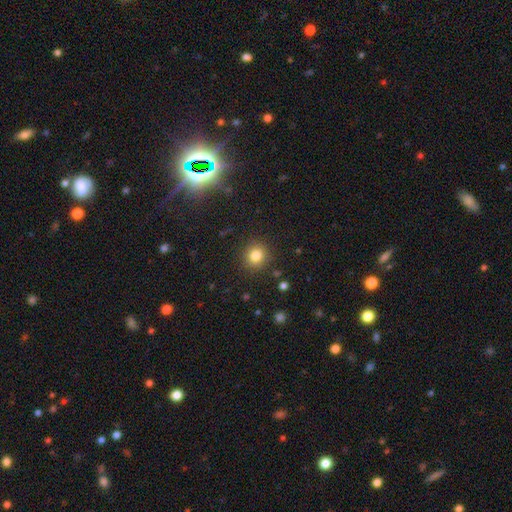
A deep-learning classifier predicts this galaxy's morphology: A smooth galaxy with no disk features (81%) that is round (90%).

Vote fractions:
- Smooth or featured? smooth: 81% / star or artifact: 13% / featured or disk: 7%
- How rounded? round: 90% / in between: 9% / cigar-shaped: 1%
- Merging? none: 89% / minor disturbance: 7% / major disturbance: 2% / merger: 1%